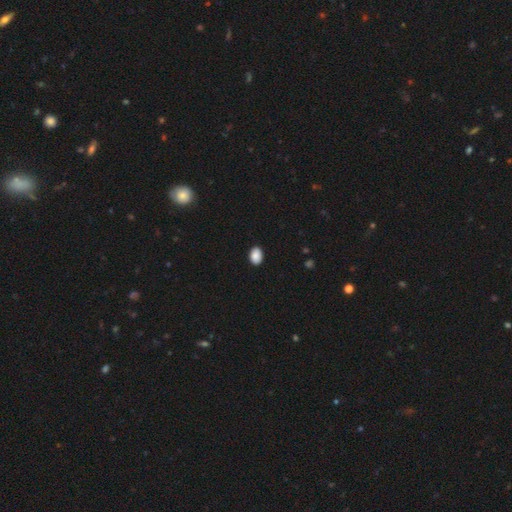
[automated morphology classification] Smooth or featured? smooth (90%)
How rounded? in between (83%)
Merging? none (90%)